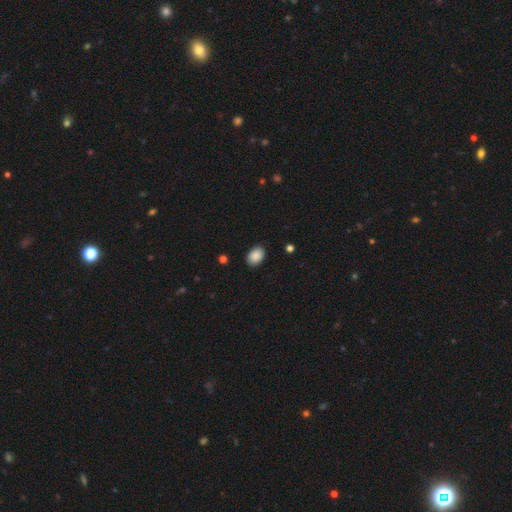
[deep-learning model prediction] A smooth galaxy with no disk features (89%) that is in between round and cigar-shaped (78%).

Vote fractions:
- Smooth or featured? smooth: 89% / star or artifact: 7% / featured or disk: 3%
- How rounded? in between: 78% / round: 21% / cigar-shaped: 1%
- Merging? none: 87% / minor disturbance: 9% / major disturbance: 2% / merger: 1%